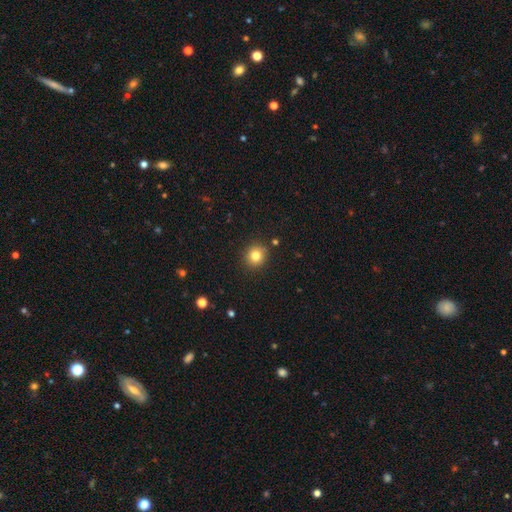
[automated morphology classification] A smooth galaxy with no disk features (82%) that is round (87%).

Vote fractions:
- Smooth or featured? smooth: 82% / star or artifact: 12% / featured or disk: 7%
- How rounded? round: 87% / in between: 12% / cigar-shaped: 1%
- Merging? none: 89% / minor disturbance: 7% / major disturbance: 2% / merger: 2%